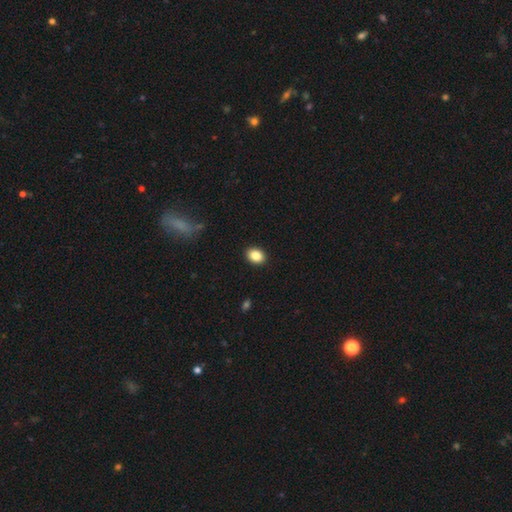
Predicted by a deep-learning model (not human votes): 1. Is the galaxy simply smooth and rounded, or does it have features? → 87% smooth, 9% star or artifact, 5% featured or disk.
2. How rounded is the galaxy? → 66% in between, 33% round, 1% cigar-shaped.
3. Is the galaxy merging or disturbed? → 91% none, 6% minor disturbance, 2% major disturbance, 1% merger.